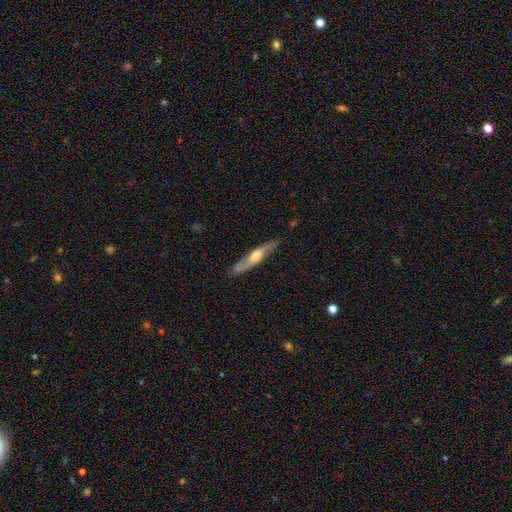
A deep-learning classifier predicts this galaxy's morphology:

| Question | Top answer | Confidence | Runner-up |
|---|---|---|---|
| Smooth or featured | featured or disk | 62% | smooth (33%) |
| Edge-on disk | yes | 65% | no (35%) |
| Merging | none | 84% | minor disturbance (12%) |